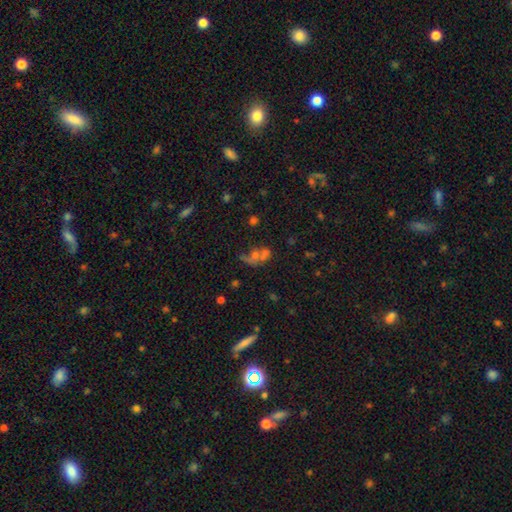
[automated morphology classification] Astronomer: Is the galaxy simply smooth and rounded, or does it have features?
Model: smooth — 39% (runner-up: star or artifact, 32%).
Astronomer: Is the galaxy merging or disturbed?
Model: merger — 39% (runner-up: none, 34%).